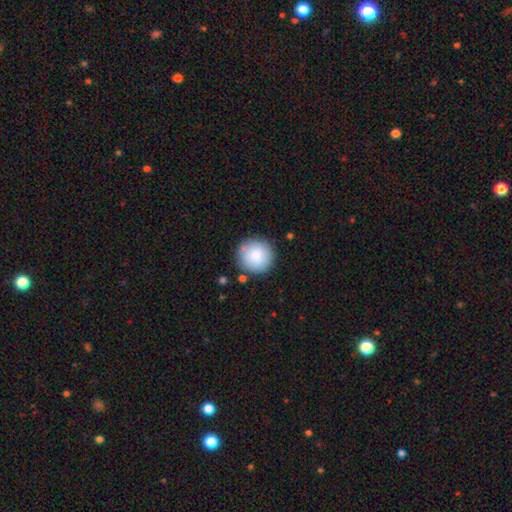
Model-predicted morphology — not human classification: This is clearly a smooth galaxy (85%). How rounded: clearly round (94%). Merging: clearly none (84%).